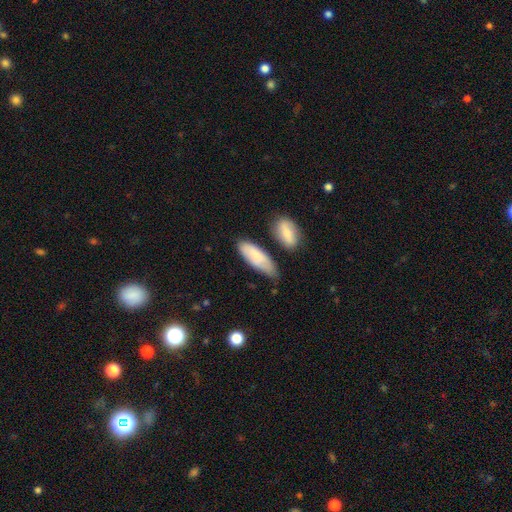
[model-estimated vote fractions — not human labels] Q: Smooth or featured?
A: smooth (78%); runner-up: featured or disk (16%)
Q: How rounded?
A: in between (66%); runner-up: cigar-shaped (32%)
Q: Merging?
A: none (57%); runner-up: minor disturbance (28%)